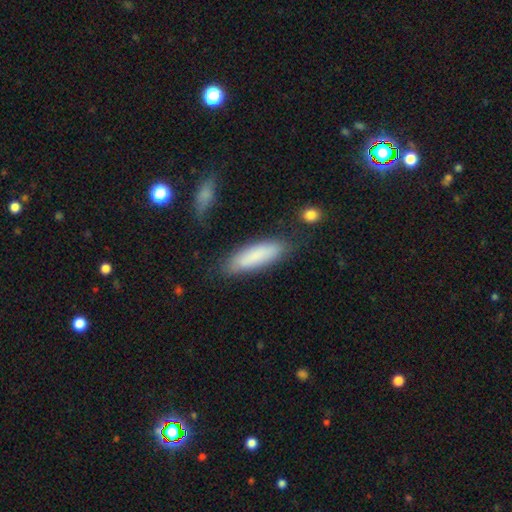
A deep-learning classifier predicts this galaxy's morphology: This is clearly a smooth galaxy (82%). How rounded: possibly cigar-shaped (55%). Merging: likely none (78%).